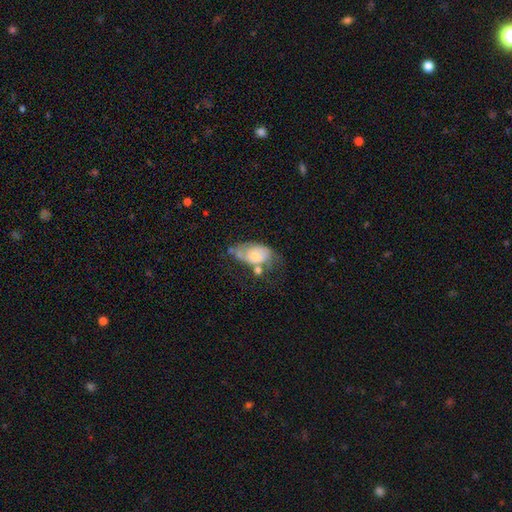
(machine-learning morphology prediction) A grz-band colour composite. It shows a smooth galaxy with no disk features (52%) that is in between round and cigar-shaped (88%). Merging: minor disturbance (26%, tied with major disturbance).